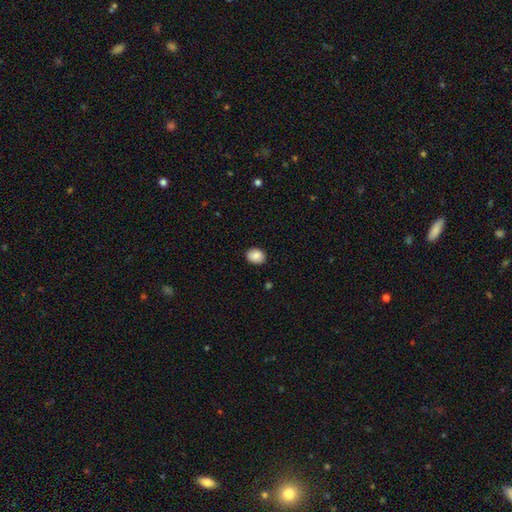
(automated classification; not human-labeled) Smooth or featured: smooth — 87% (star or artifact — 8%)
How rounded: in between — 50% (round — 49%)
Merging: none — 88% (minor disturbance — 9%)